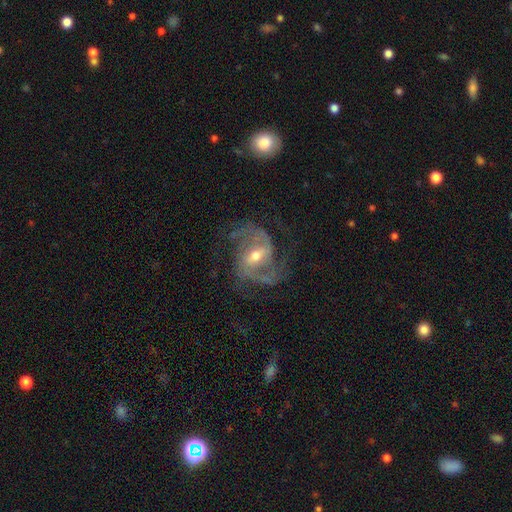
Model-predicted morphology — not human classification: This is clearly a featured or disk galaxy (89%). It is clearly not viewed edge-on (97%). Bar: possibly weak (47%). Spiral arm pattern: clearly yes (97%). Spiral arm count: likely 2 (70%). Spiral winding: possibly medium (54%). Central bulge: possibly moderate (58%). Merging: likely none (67%).